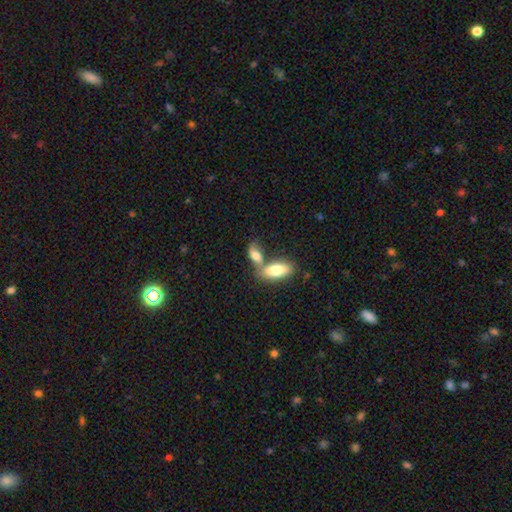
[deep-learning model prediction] smooth 75%, featured or disk 17%, star or artifact 8%. Down the decision tree: how rounded — in between (83%); merging — merger (49%).